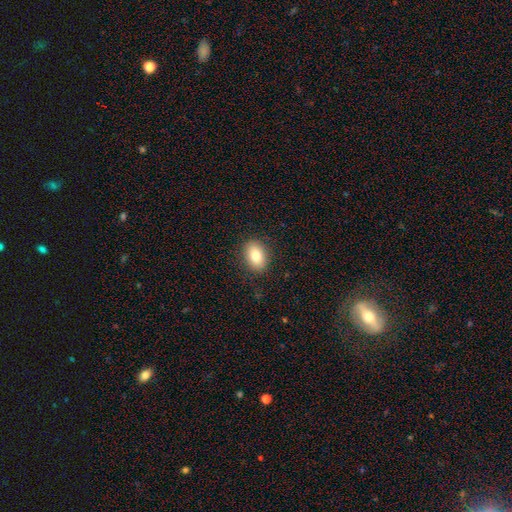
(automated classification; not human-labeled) A smooth galaxy with no disk features (82%) that is in between round and cigar-shaped (83%). Merging: none (88%).